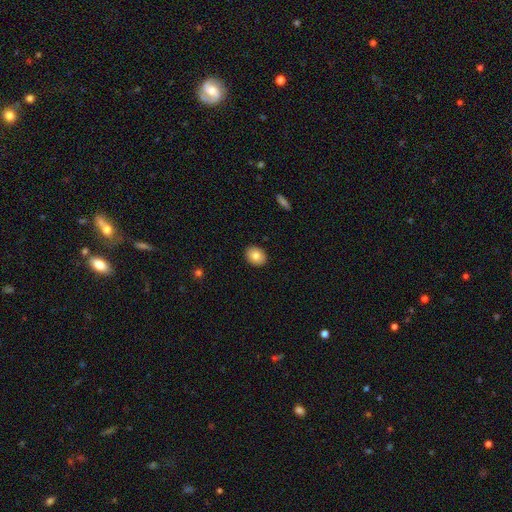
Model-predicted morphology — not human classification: Smooth or featured: smooth — 83% (featured or disk — 9%)
How rounded: in between — 53% (round — 46%)
Merging: none — 91% (minor disturbance — 7%)